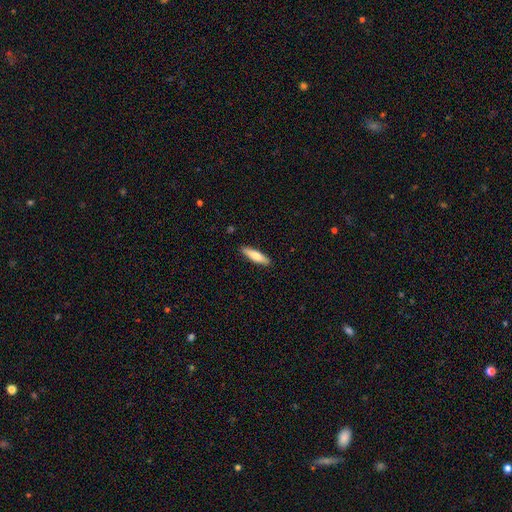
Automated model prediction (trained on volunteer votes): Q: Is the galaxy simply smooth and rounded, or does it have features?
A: smooth — 71%.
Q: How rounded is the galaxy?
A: cigar-shaped — 71%.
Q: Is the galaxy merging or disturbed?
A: none — 90%.